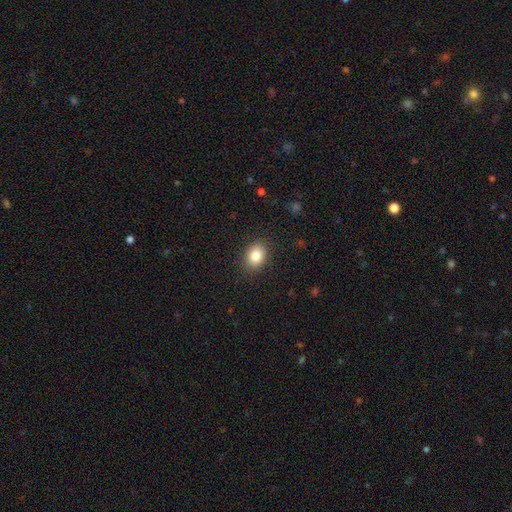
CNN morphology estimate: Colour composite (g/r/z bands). It shows a smooth galaxy with no disk features (84%) that is in between round and cigar-shaped (63%). Merging: none (88%).